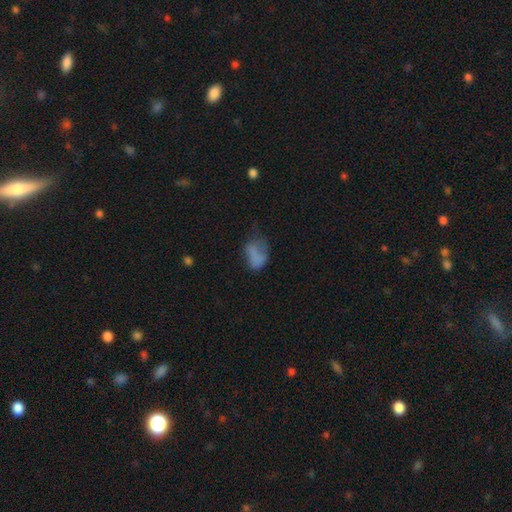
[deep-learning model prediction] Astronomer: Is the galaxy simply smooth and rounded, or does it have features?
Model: smooth — 68%.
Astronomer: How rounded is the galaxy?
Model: in between — 83%.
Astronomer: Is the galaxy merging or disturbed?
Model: major disturbance — 36% (runner-up: minor disturbance, 30%).